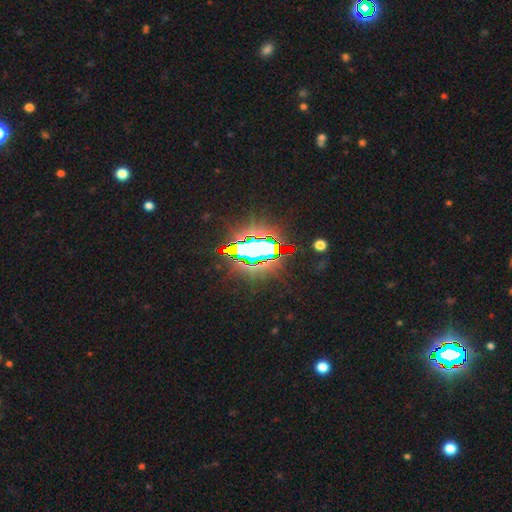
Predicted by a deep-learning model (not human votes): A star or artifact, not a galaxy (84%).